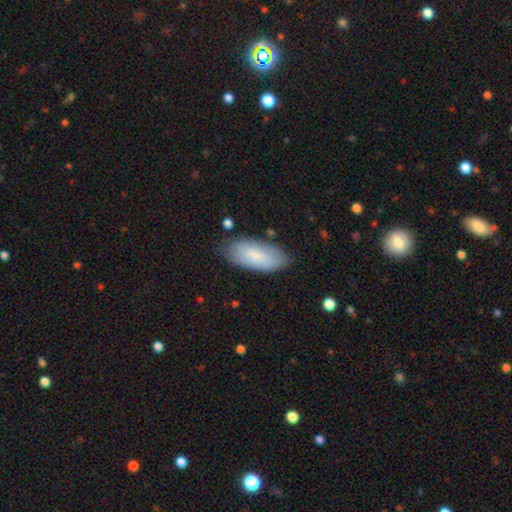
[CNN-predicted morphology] A smooth galaxy with no disk features (75%) that is in between round and cigar-shaped (88%).

Vote fractions:
- Smooth or featured? smooth: 75% / featured or disk: 19% / star or artifact: 6%
- How rounded? in between: 88% / cigar-shaped: 10% / round: 2%
- Merging? none: 76% / minor disturbance: 18% / major disturbance: 4% / merger: 2%